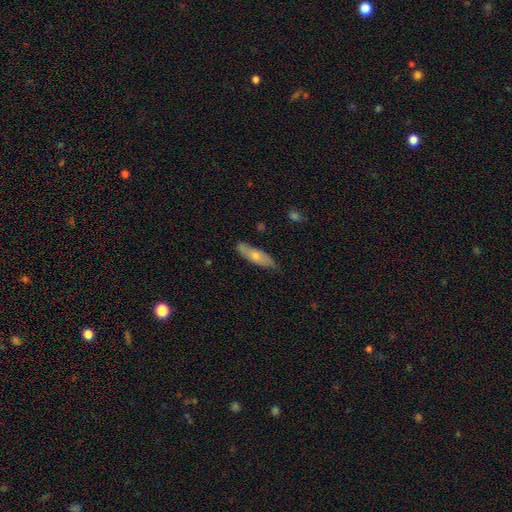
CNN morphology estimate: A smooth galaxy with no disk features (59%) that is cigar-shaped (53%).

Vote fractions:
- Smooth or featured? smooth: 59% / featured or disk: 35% / star or artifact: 6%
- How rounded? cigar-shaped: 53% / in between: 45% / round: 2%
- Merging? none: 75% / minor disturbance: 21% / major disturbance: 3% / merger: 2%